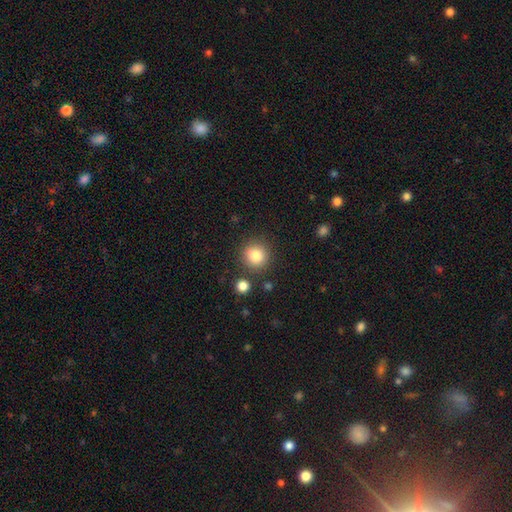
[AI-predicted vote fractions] This appears to be a smooth galaxy with no disk features (84%) that is round (93%). Merging: none (85%).